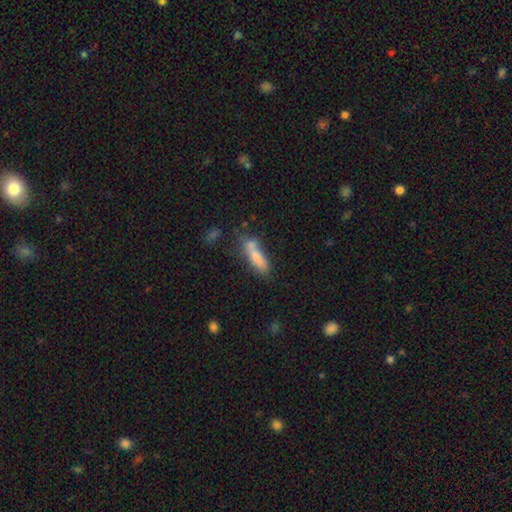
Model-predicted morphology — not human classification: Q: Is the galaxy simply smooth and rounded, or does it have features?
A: smooth — 77%.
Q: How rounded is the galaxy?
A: cigar-shaped — 56%.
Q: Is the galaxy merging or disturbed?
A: none — 46%.